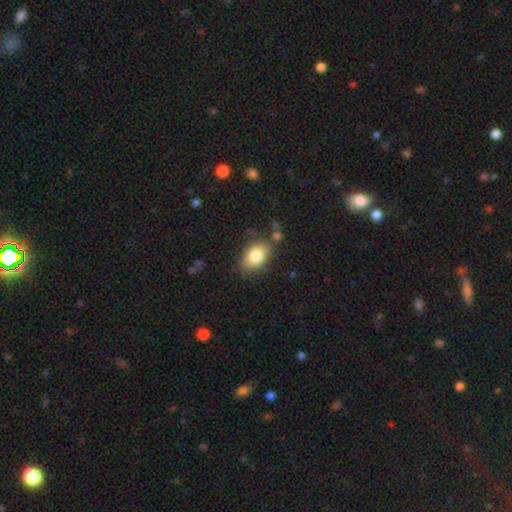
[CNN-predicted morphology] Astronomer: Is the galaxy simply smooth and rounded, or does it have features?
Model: smooth — 82%.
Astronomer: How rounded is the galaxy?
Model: in between — 86%.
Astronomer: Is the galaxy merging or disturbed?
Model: none — 73%.